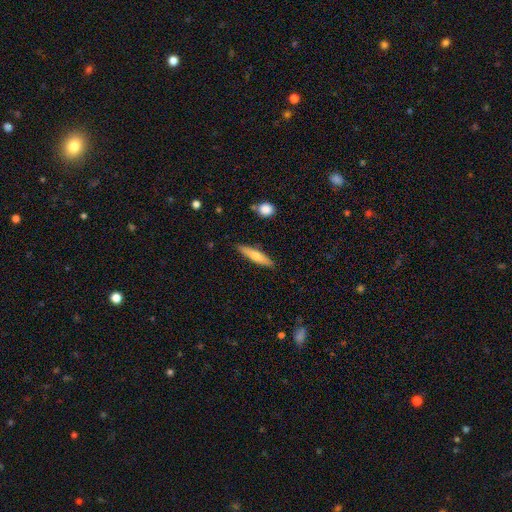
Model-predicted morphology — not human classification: The model was most divided on "smooth or featured": smooth: 58%, featured or disk: 35%, star or artifact: 6%. More confident: merging — none (87%); how rounded — cigar-shaped (81%).